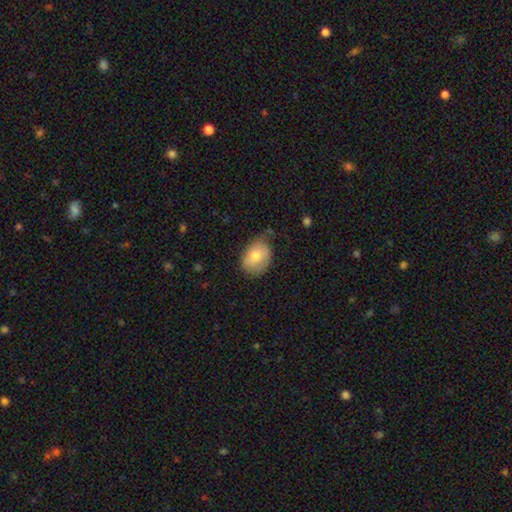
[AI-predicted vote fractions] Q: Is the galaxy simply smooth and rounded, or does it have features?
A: smooth — 72%.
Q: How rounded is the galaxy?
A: in between — 70%.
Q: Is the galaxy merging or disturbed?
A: none — 65%.